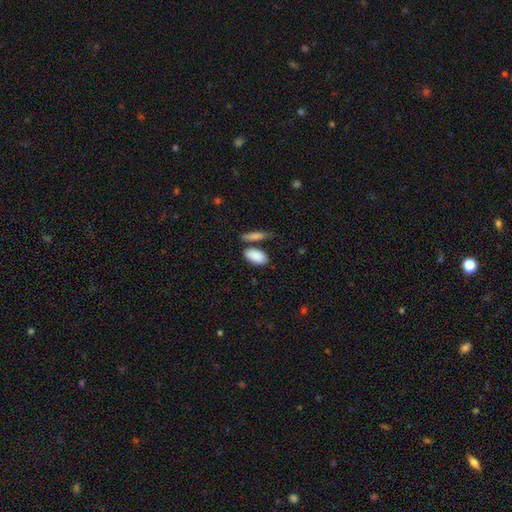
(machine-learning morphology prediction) smooth_or_featured: smooth (p=0.88) [alt: star or artifact p=0.06]
how_rounded: in between (p=0.91) [alt: cigar-shaped p=0.06]
merging: none (p=0.67) [alt: merger p=0.15]